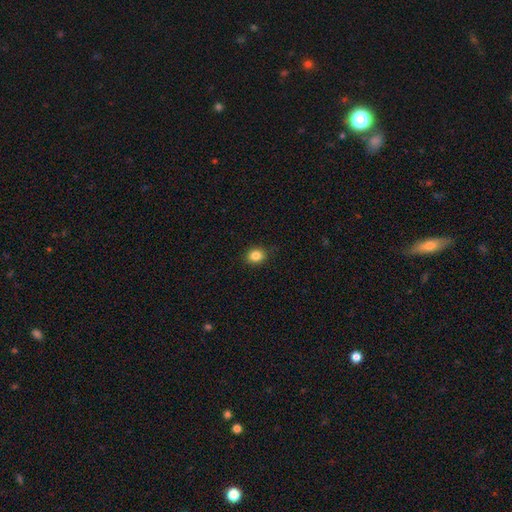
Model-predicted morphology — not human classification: A smooth galaxy with no disk features (84%) that is round (74%). Merging: none (87%).